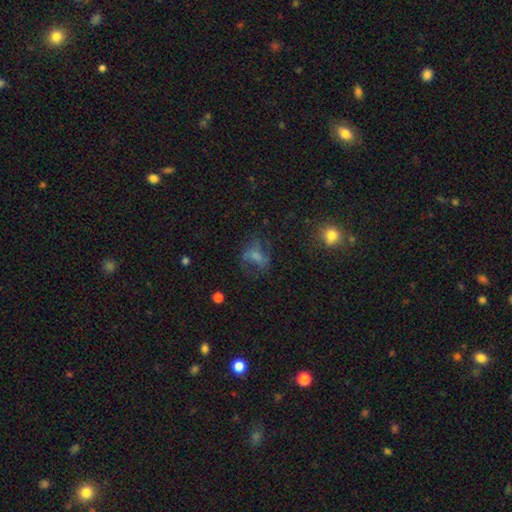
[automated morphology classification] Smooth or featured? Predicted: smooth (p=0.43). Merging? Predicted: none (p=0.45).